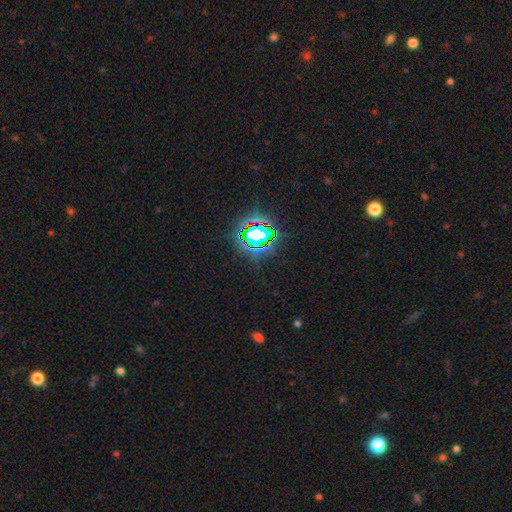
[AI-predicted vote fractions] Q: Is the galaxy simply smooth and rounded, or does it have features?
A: star or artifact — 80%.